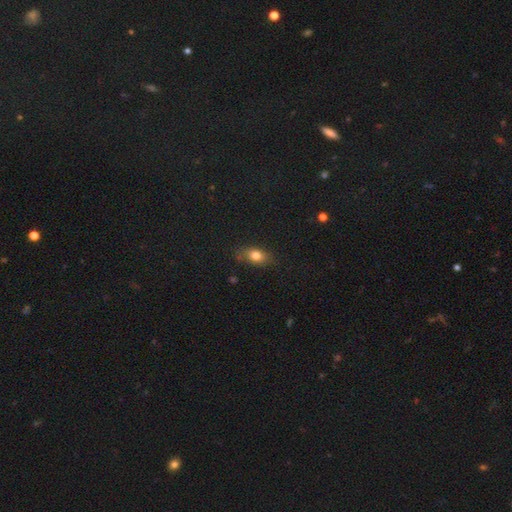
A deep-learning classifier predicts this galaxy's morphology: Overall: smooth (78%). How rounded: in between (78%). Merging: none (77%).